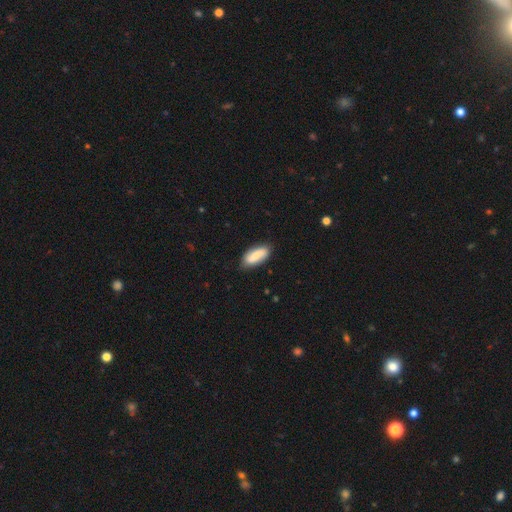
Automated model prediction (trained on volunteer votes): A smooth galaxy with no disk features (76%) that is in between round and cigar-shaped (83%). Merging: none (80%).